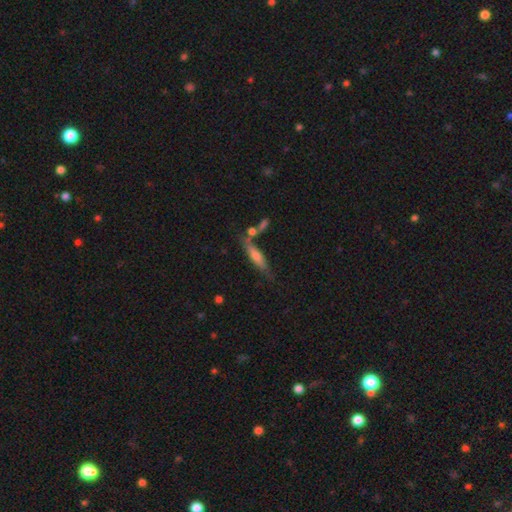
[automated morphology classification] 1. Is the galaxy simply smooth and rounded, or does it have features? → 53% smooth, 39% featured or disk, 8% star or artifact.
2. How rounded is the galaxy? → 77% cigar-shaped, 21% in between, 2% round.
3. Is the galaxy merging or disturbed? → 64% none, 17% minor disturbance, 14% merger, 5% major disturbance.